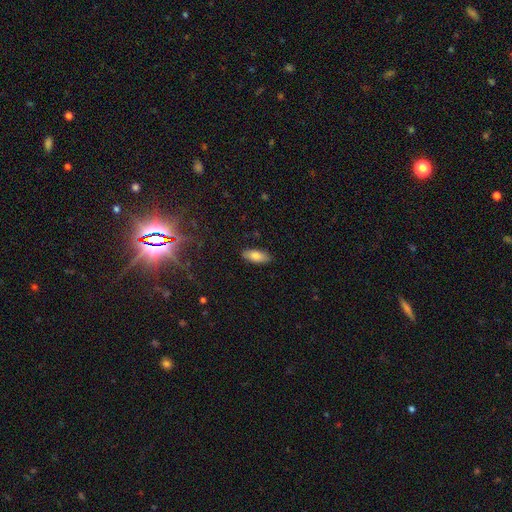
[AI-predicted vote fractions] Morphology: type=smooth (81%); roundness=in between (82%); merging=none (88%).